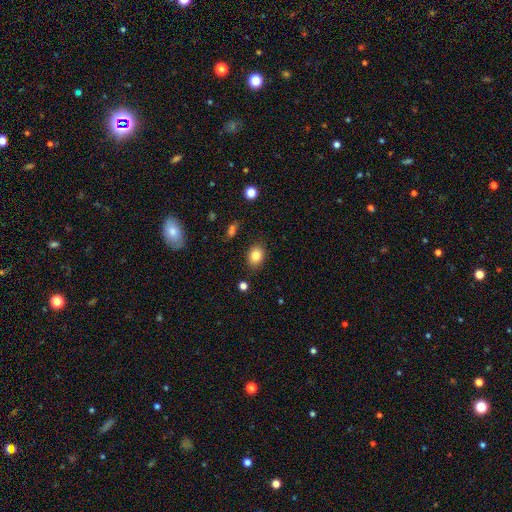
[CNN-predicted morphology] Smooth or featured?
  - smooth: 83% *
  - star or artifact: 10%
  - featured or disk: 7%
How rounded?
  - in between: 67% *
  - round: 32%
  - cigar-shaped: 1%
Merging?
  - none: 86% *
  - minor disturbance: 10%
  - major disturbance: 3%
  - merger: 2%